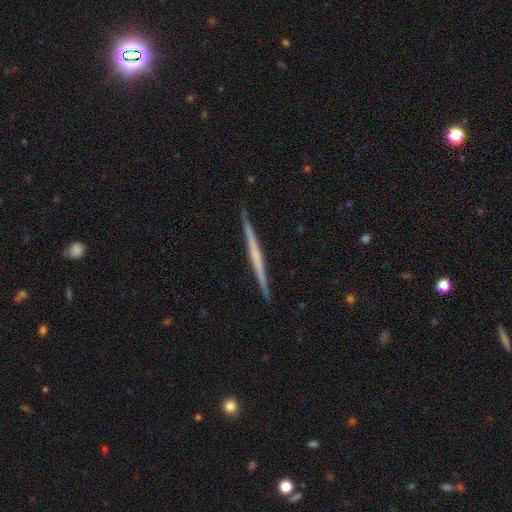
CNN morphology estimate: Smooth or featured: featured or disk — 64% (smooth — 31%)
Edge-on disk: yes — 98% (no — 2%)
Edge-on bulge: none — 79% (rounded — 14%)
Merging: none — 92% (minor disturbance — 6%)